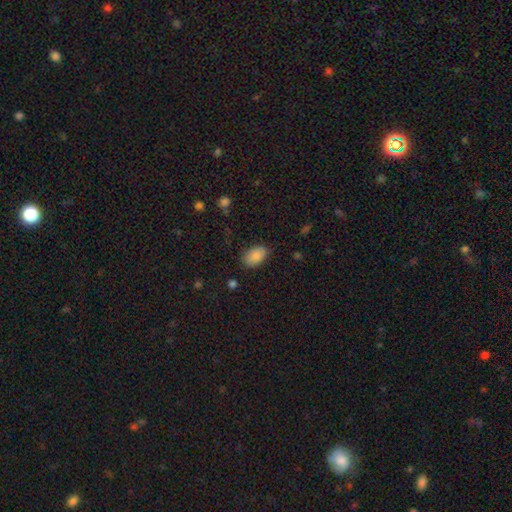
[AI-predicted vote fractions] Smooth or featured? Predicted: smooth (p=0.87). How rounded? Predicted: in between (p=0.91). Merging? Predicted: none (p=0.81).